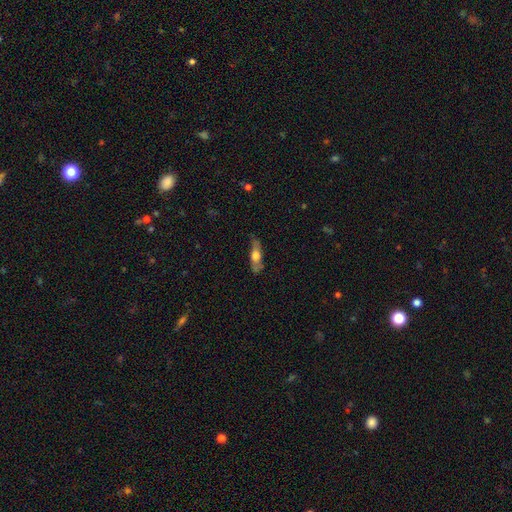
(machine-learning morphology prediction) Smooth or featured?
  - smooth: 52% *
  - featured or disk: 41%
  - star or artifact: 7%
How rounded?
  - cigar-shaped: 51% *
  - in between: 45%
  - round: 3%
Merging?
  - none: 69% *
  - minor disturbance: 23%
  - major disturbance: 7%
  - merger: 2%